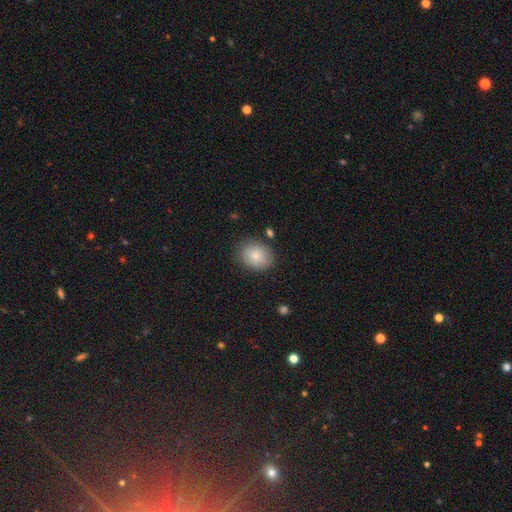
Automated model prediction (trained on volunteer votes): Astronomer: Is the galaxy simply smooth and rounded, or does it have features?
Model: smooth — 83%.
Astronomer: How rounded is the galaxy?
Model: round — 52% (runner-up: in between, 47%).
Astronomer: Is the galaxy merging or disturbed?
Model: none — 79%.